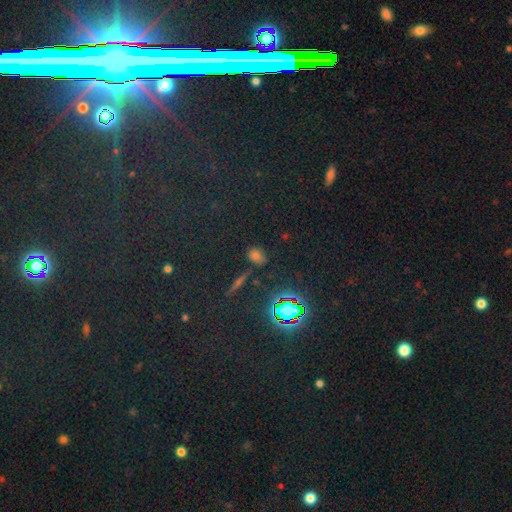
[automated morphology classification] type=star or artifact (45%, tied with smooth).